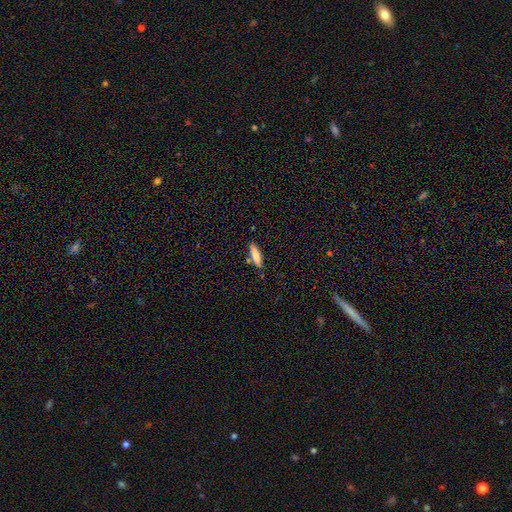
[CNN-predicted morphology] smooth 76%, featured or disk 17%, star or artifact 7%. Down the decision tree: how rounded — cigar-shaped (74%); merging — none (79%).